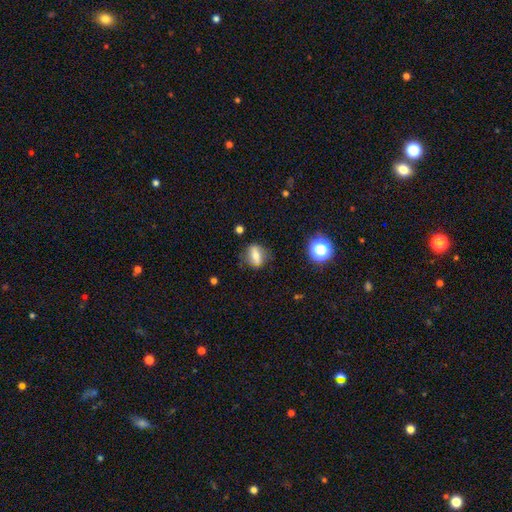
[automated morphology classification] A smooth galaxy with no disk features (59%) that is in between round and cigar-shaped (62%). Merging: none (72%).